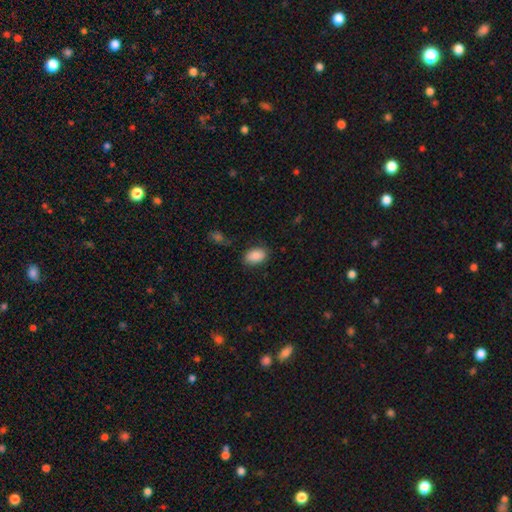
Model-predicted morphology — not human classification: Smooth or featured: smooth — 86% (star or artifact — 8%)
How rounded: in between — 90% (round — 9%)
Merging: none — 83% (minor disturbance — 12%)